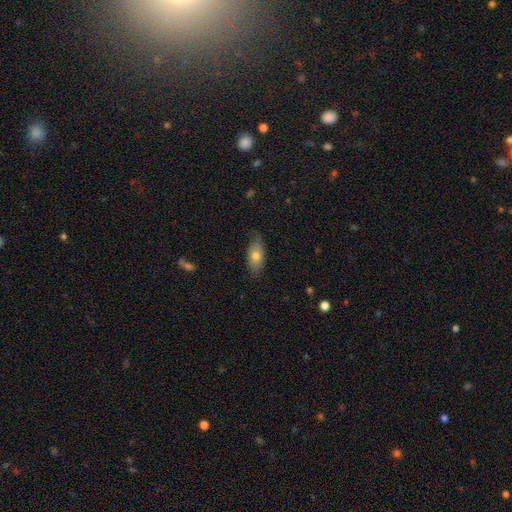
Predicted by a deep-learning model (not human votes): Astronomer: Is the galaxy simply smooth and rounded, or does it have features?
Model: smooth — 73%.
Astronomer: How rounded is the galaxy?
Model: in between — 90%.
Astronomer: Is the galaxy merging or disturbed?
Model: none — 74%.